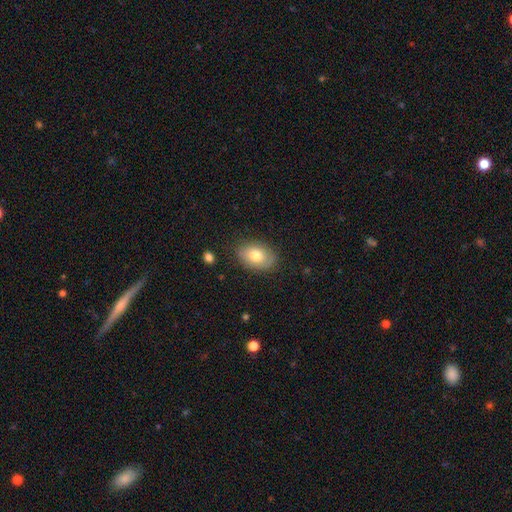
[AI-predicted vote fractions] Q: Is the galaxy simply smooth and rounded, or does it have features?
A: smooth — 75%.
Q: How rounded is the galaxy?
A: in between — 83%.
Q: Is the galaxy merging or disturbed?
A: none — 80%.